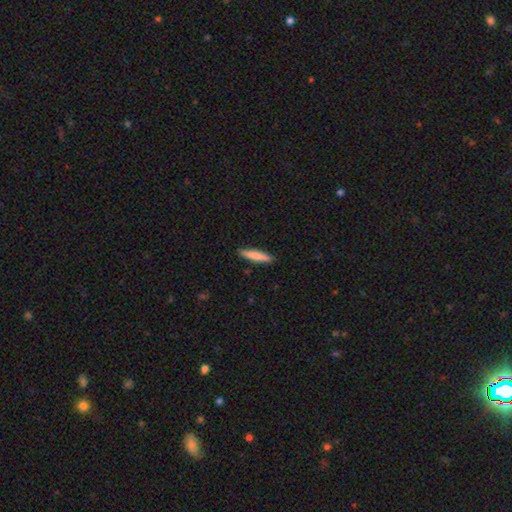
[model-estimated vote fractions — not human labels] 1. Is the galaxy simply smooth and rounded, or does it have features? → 82% smooth, 13% featured or disk, 5% star or artifact.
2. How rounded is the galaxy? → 87% cigar-shaped, 12% in between, 1% round.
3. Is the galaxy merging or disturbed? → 90% none, 7% minor disturbance, 2% major disturbance, 1% merger.